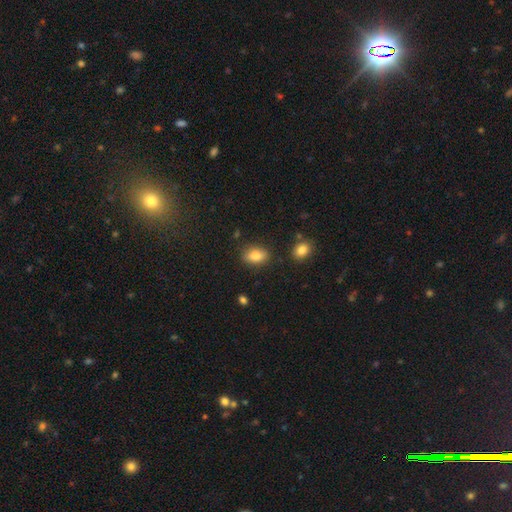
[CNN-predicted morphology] This is clearly a smooth galaxy (83%). How rounded: clearly in between (86%). Merging: clearly none (83%).